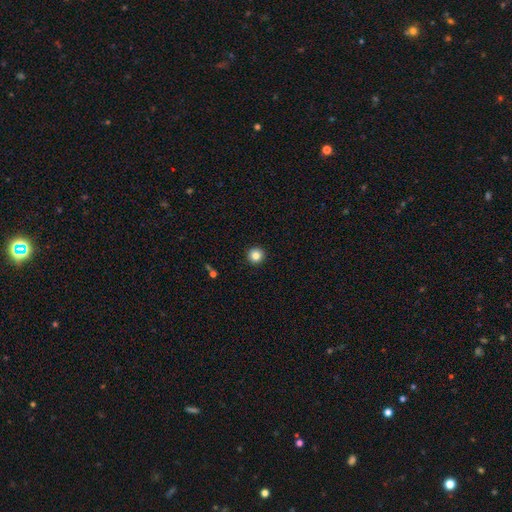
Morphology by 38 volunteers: A smooth galaxy with no disk features (87%) that is round (97%).

Vote fractions:
- Smooth or featured? smooth: 87% / star or artifact: 8% / featured or disk: 5%
- How rounded? round: 97% / in between: 3% / cigar-shaped: 0%
- Merging? none: 94% / minor disturbance: 3% / merger: 3% / major disturbance: 0%